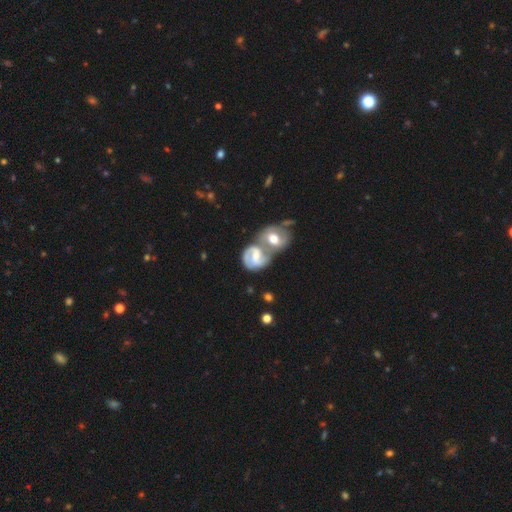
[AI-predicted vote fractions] This is likely a featured or disk galaxy (75%). It is clearly not viewed edge-on (97%). Bar: possibly weak (46%). Spiral arm pattern: clearly yes (90%). Spiral arm count: likely 2 (71%). Spiral winding: marginally medium (44%). Central bulge: possibly moderate (59%). Merging: likely merger (69%).